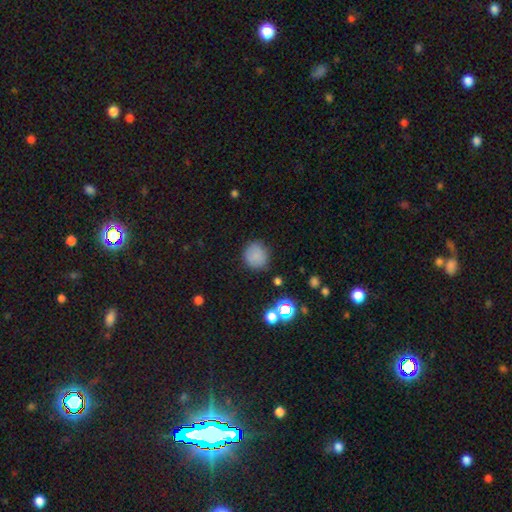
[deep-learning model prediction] Smooth or featured? Predicted: smooth (p=0.81). How rounded? Predicted: round (p=0.87). Merging? Predicted: none (p=0.82).